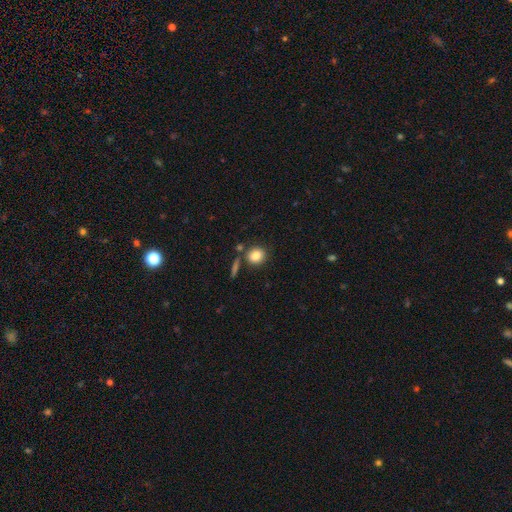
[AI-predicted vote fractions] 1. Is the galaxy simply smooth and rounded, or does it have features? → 84% smooth, 9% star or artifact, 7% featured or disk.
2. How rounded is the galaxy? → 74% round, 25% in between, 1% cigar-shaped.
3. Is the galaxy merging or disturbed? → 75% none, 11% merger, 11% minor disturbance, 3% major disturbance.